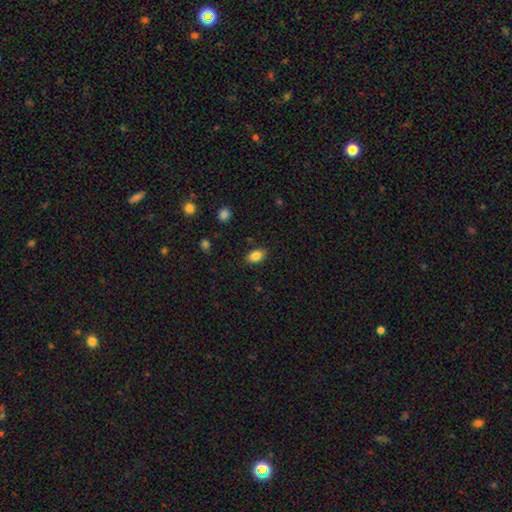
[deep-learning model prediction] Morphology: type=smooth (85%); roundness=in between (87%); merging=none (86%).